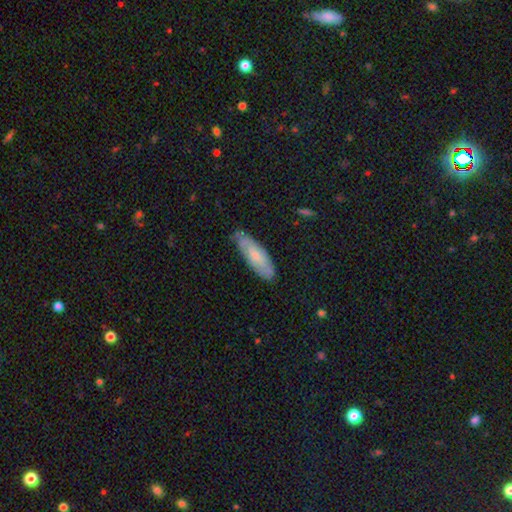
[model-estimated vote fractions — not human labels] smooth-or-featured: smooth: 56% | featured or disk: 38% | star or artifact: 6%
  how-rounded: in between: 56% | cigar-shaped: 42% | round: 2%
  merging: none: 70% | minor disturbance: 24% | major disturbance: 4% | merger: 2%